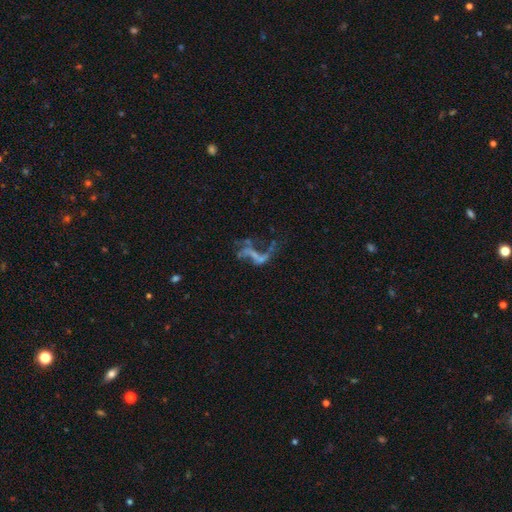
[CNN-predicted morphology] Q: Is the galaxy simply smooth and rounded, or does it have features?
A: featured or disk — 64%.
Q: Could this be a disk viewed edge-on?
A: no — 95%.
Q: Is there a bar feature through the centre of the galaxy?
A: no — 68%.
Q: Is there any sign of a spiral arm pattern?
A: no — 59%.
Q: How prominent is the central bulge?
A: none — 72%.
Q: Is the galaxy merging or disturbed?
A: major disturbance — 42%.